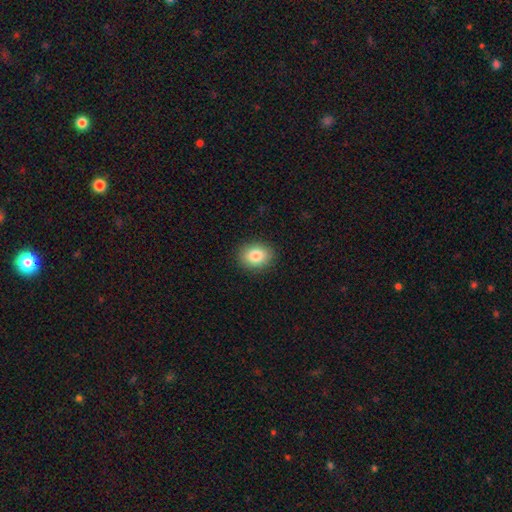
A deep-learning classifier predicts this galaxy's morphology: Smooth or featured? Predicted: smooth (p=0.84). How rounded? Predicted: in between (p=0.52). Merging? Predicted: none (p=0.89).